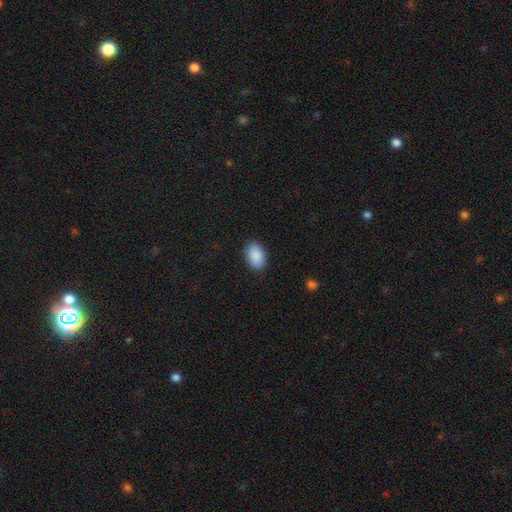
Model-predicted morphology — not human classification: Smooth or featured: smooth — 90% (star or artifact — 7%)
How rounded: in between — 90% (round — 9%)
Merging: none — 87% (minor disturbance — 9%)